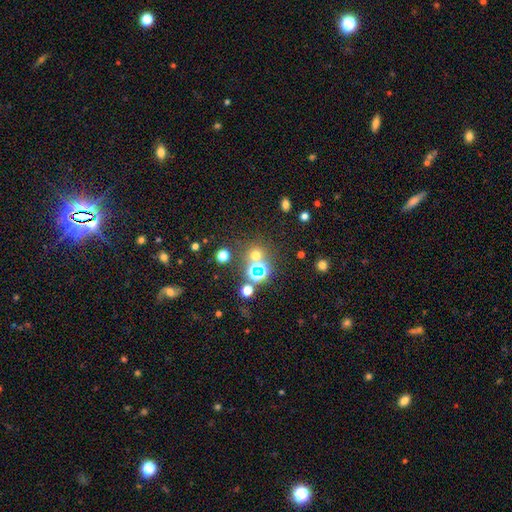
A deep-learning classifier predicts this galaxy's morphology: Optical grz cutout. It shows a smooth galaxy with no disk features (50%). Merging: none (71%).